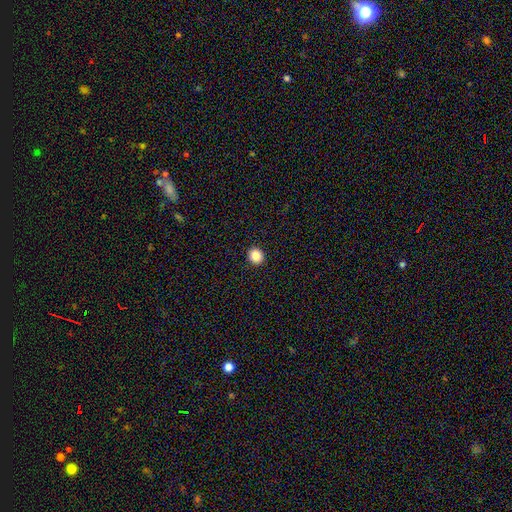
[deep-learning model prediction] A smooth galaxy with no disk features (86%) that is round (85%).

Vote fractions:
- Smooth or featured? smooth: 86% / star or artifact: 10% / featured or disk: 4%
- How rounded? round: 85% / in between: 15% / cigar-shaped: 1%
- Merging? none: 93% / minor disturbance: 4% / major disturbance: 1% / merger: 1%